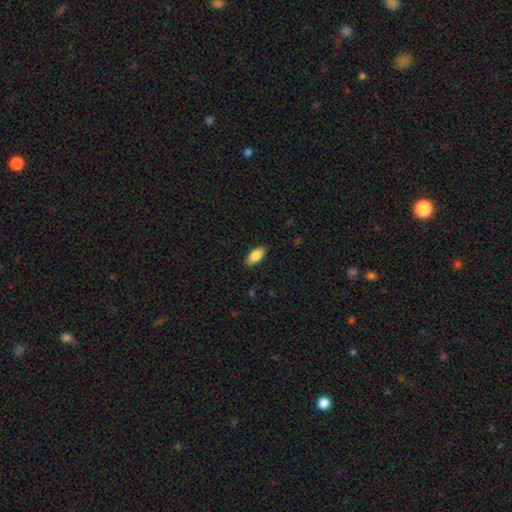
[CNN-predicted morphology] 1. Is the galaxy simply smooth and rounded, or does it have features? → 82% smooth, 11% featured or disk, 6% star or artifact.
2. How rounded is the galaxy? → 86% in between, 12% cigar-shaped, 2% round.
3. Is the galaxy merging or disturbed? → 88% none, 9% minor disturbance, 2% major disturbance, 1% merger.